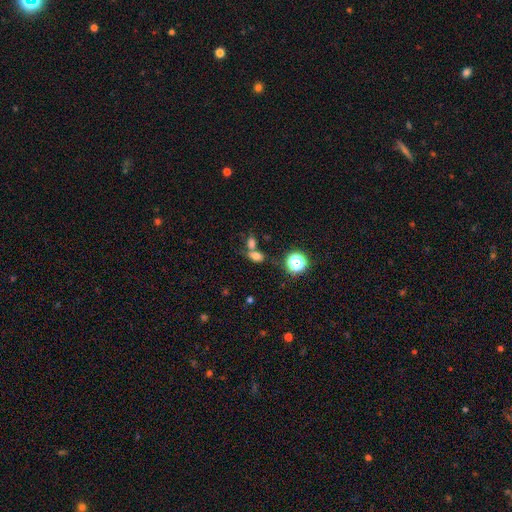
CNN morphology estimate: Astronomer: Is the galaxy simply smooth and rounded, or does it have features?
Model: smooth — 70%.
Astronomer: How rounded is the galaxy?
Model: in between — 74%.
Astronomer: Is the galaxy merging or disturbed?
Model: merger — 44% (runner-up: none, 40%).